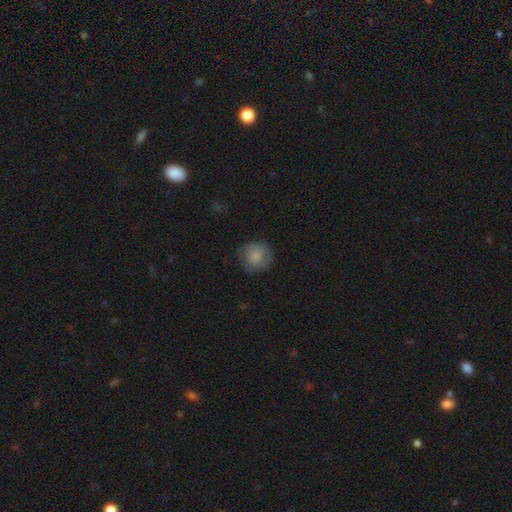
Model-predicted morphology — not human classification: A smooth galaxy with no disk features (80%) that is round (90%).

Vote fractions:
- Smooth or featured? smooth: 80% / featured or disk: 13% / star or artifact: 7%
- How rounded? round: 90% / in between: 9% / cigar-shaped: 1%
- Merging? none: 78% / minor disturbance: 16% / major disturbance: 5% / merger: 1%